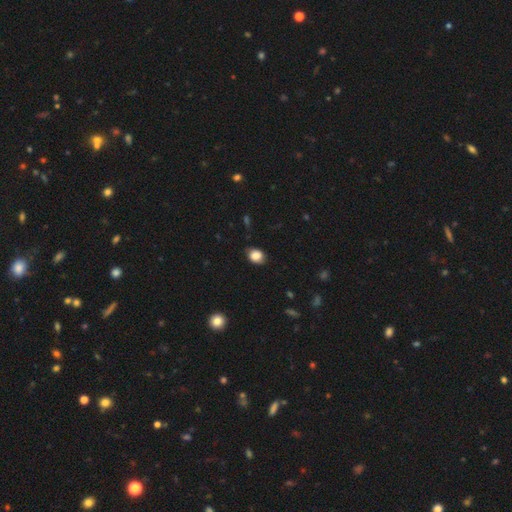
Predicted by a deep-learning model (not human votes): The model was most divided on "how rounded": in between: 56%, round: 43%, cigar-shaped: 1%. More confident: smooth or featured — smooth (84%); merging — none (78%).